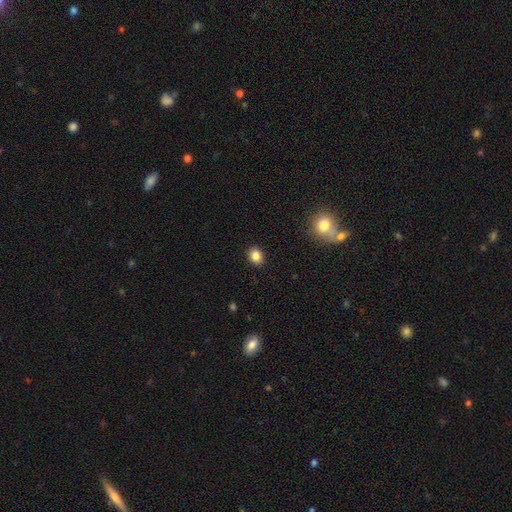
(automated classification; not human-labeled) smooth 85%, star or artifact 10%, featured or disk 5%. Down the decision tree: how rounded — round (50%); merging — none (91%).